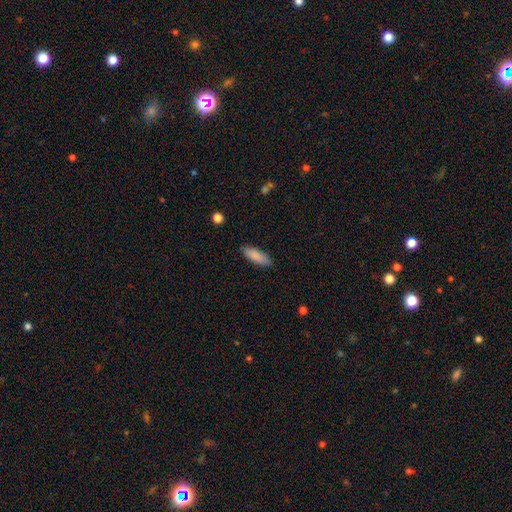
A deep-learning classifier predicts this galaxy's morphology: This appears to be a smooth galaxy with no disk features (87%) that is in between round and cigar-shaped (53%). Merging: none (87%).